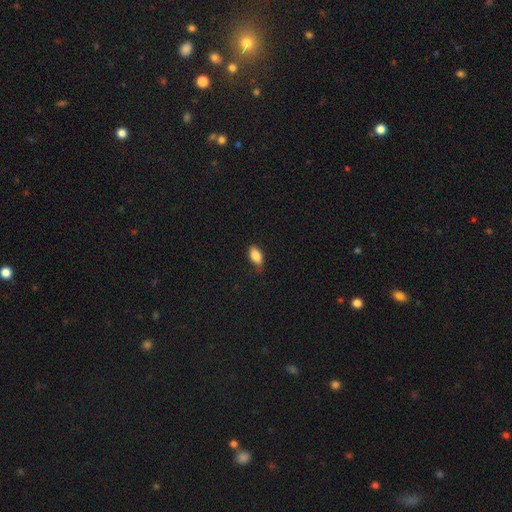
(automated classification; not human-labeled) Q: Smooth or featured?
A: smooth (85%); runner-up: featured or disk (8%)
Q: How rounded?
A: in between (89%); runner-up: cigar-shaped (6%)
Q: Merging?
A: none (72%); runner-up: minor disturbance (23%)